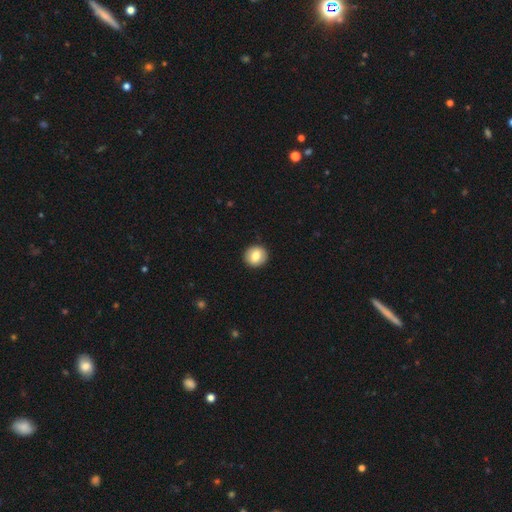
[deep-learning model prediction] Smooth or featured: smooth — 78% (featured or disk — 14%)
How rounded: round — 89% (in between — 10%)
Merging: none — 92% (minor disturbance — 6%)